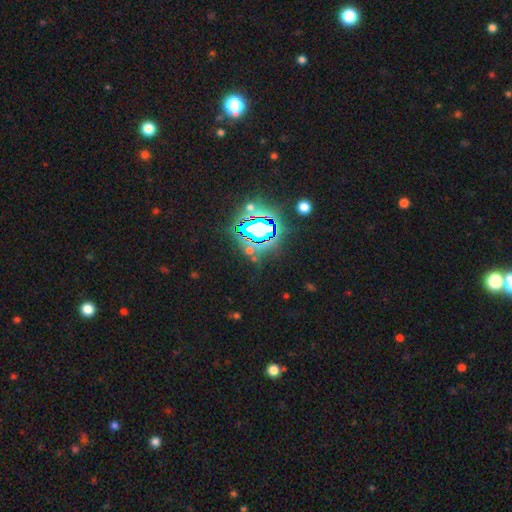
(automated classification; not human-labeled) Q: Smooth or featured?
A: star or artifact (76%); runner-up: smooth (14%)